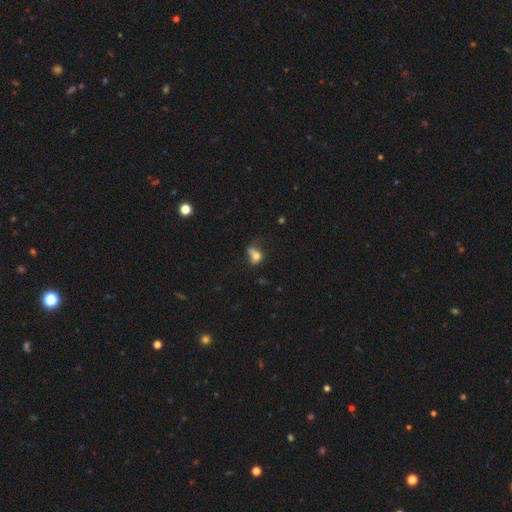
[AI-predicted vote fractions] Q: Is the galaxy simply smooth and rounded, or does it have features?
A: smooth — 67%.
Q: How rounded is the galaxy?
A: in between — 65%.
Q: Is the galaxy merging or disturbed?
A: major disturbance — 31%.